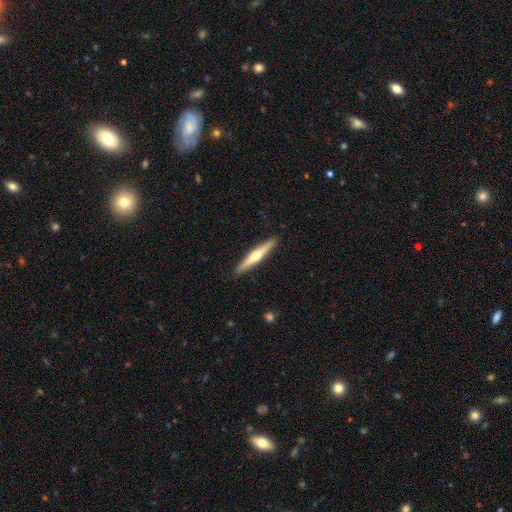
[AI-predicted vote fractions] Overall: featured or disk (60%; smooth 35%). Edge-on disk: yes (97%). Edge-on bulge: rounded (91%). Merging: none (92%).